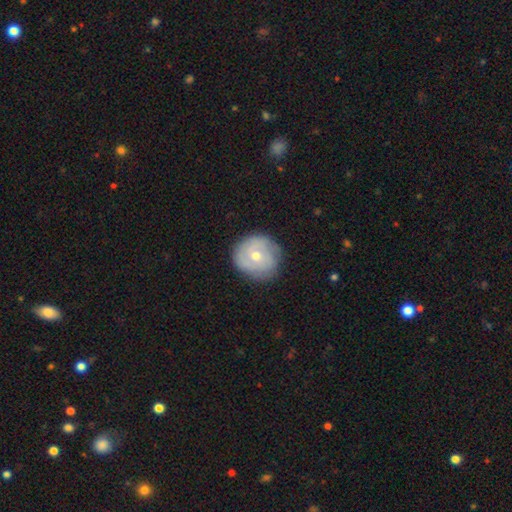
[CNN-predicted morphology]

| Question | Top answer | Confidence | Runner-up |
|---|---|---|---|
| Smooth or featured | featured or disk | 50% | smooth (43%) |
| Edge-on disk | no | 97% | yes (3%) |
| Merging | none | 78% | minor disturbance (16%) |